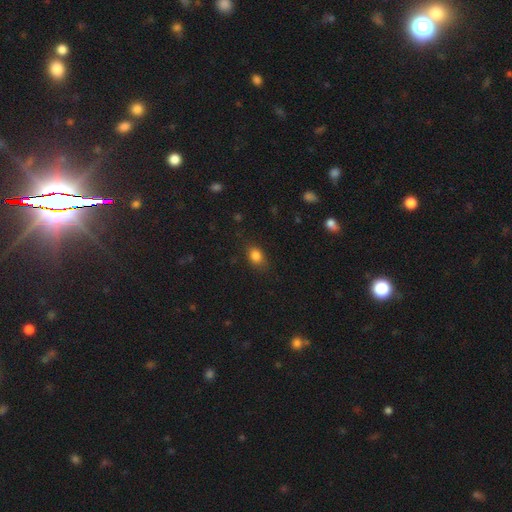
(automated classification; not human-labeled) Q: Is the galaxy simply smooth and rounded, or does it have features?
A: smooth — 83%.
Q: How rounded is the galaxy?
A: in between — 71%.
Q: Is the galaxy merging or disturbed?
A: none — 77%.